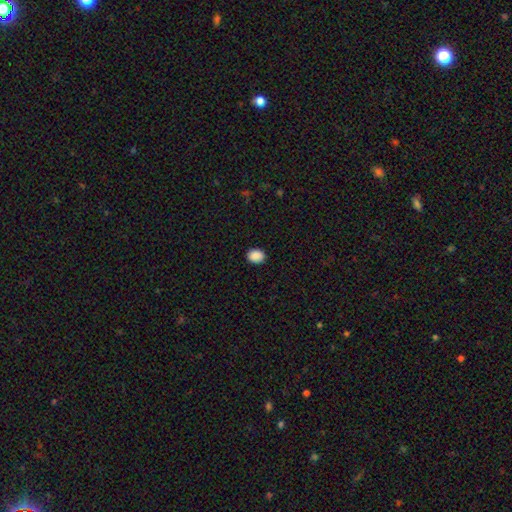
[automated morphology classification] smooth 90%, star or artifact 8%, featured or disk 2%. Down the decision tree: how rounded — in between (57%); merging — none (90%).